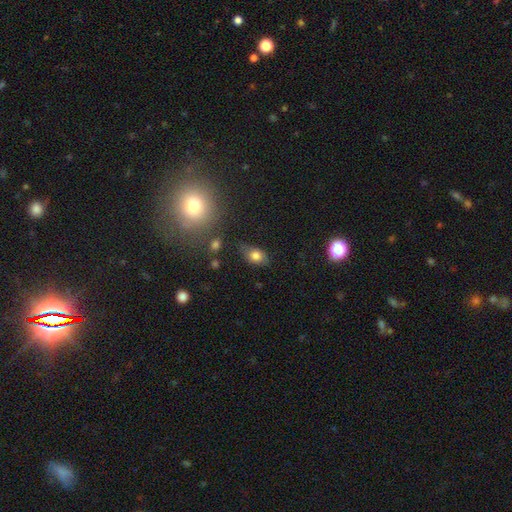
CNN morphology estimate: This is likely a smooth galaxy (76%). How rounded: likely in between (79%). Merging: likely none (65%).